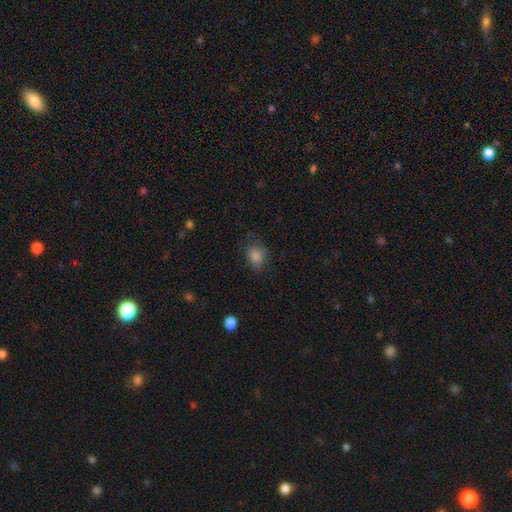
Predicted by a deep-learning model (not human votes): Morphology: type=smooth (80%); roundness=in between (53%); merging=none (69%).